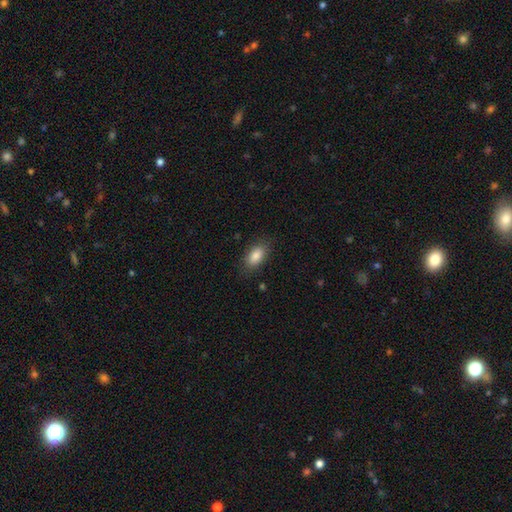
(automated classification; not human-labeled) Q: Smooth or featured?
A: smooth (87%); runner-up: star or artifact (7%)
Q: How rounded?
A: in between (91%); runner-up: round (5%)
Q: Merging?
A: none (84%); runner-up: minor disturbance (12%)